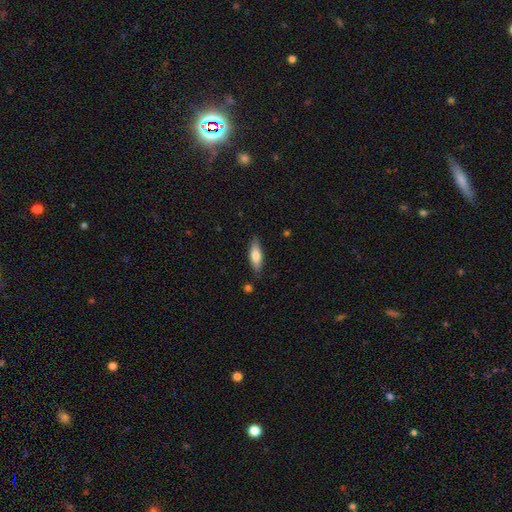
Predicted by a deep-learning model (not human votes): Smooth or featured? Predicted: smooth (p=0.69). How rounded? Predicted: in between (p=0.54). Merging? Predicted: none (p=0.83).